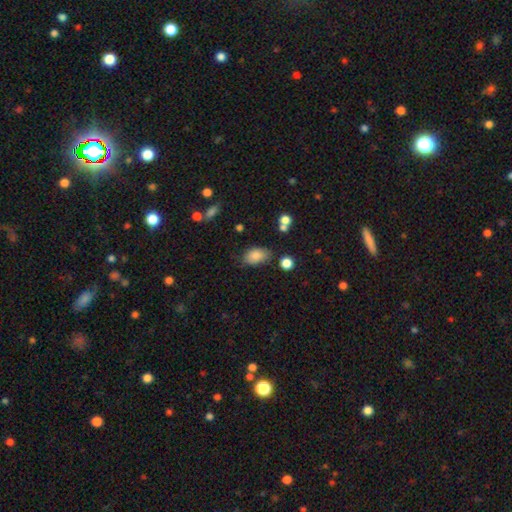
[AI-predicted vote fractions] Q: Smooth or featured?
A: smooth (84%); runner-up: star or artifact (9%)
Q: How rounded?
A: in between (88%); runner-up: round (10%)
Q: Merging?
A: none (66%); runner-up: minor disturbance (24%)